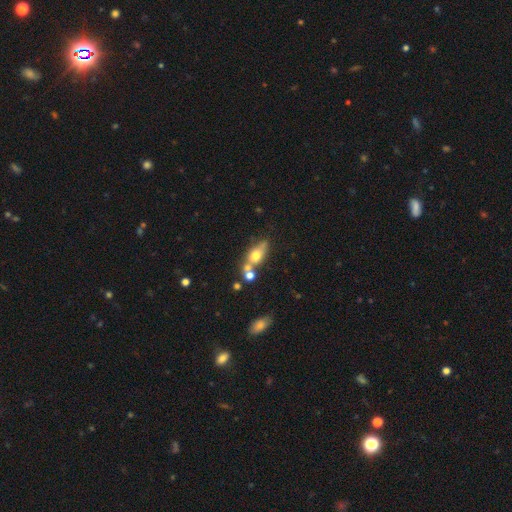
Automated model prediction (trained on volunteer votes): Q: Smooth or featured?
A: smooth (54%); runner-up: featured or disk (34%)
Q: How rounded?
A: in between (67%); runner-up: cigar-shaped (17%)
Q: Merging?
A: none (44%); runner-up: merger (34%)